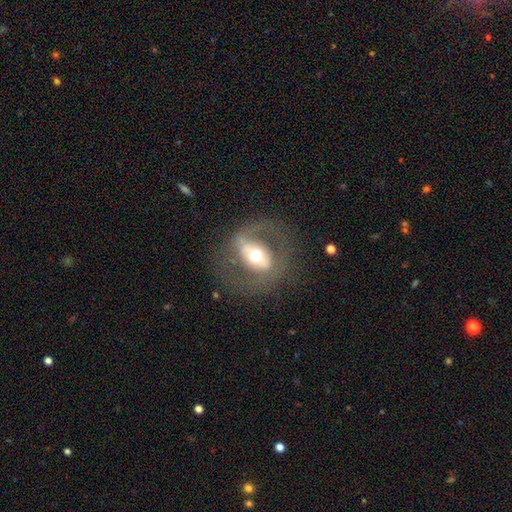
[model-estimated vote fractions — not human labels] Morphology: type=featured or disk (65%); edge-on=no (93%); bar=no (39%); spiral arms=no (56%); bulge=moderate (63%); merging=none (68%).